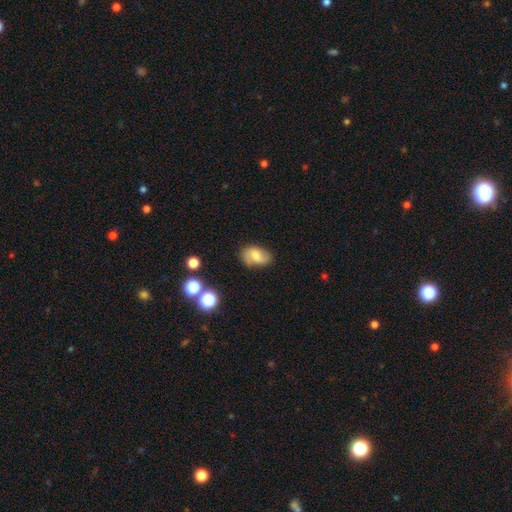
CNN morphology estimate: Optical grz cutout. It shows a smooth galaxy with no disk features (53%) that is in between round and cigar-shaped (83%). Merging: none (67%).